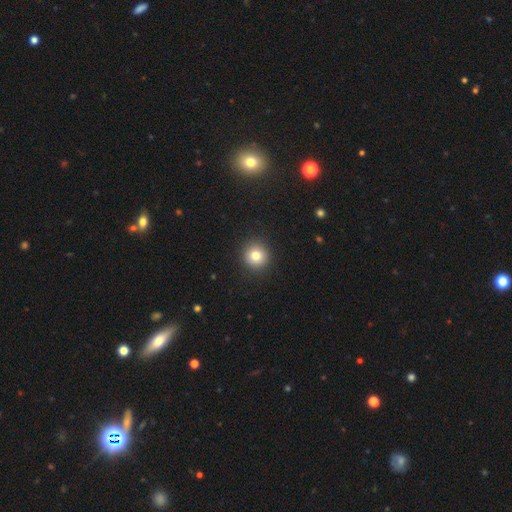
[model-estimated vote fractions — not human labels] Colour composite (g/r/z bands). It shows a smooth galaxy with no disk features (81%) that is round (93%). Merging: none (91%).